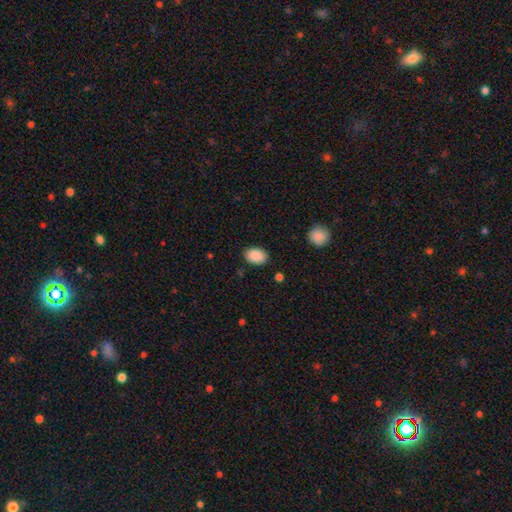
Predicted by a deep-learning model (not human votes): The model was most divided on "how rounded": in between: 82%, round: 17%, cigar-shaped: 1%. More confident: smooth or featured — smooth (90%); merging — none (87%).